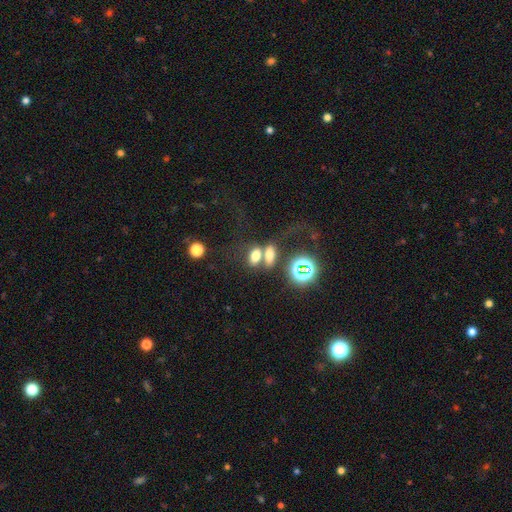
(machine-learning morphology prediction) This is likely a smooth galaxy (70%). How rounded: likely in between (78%). Merging: possibly merger (49%).